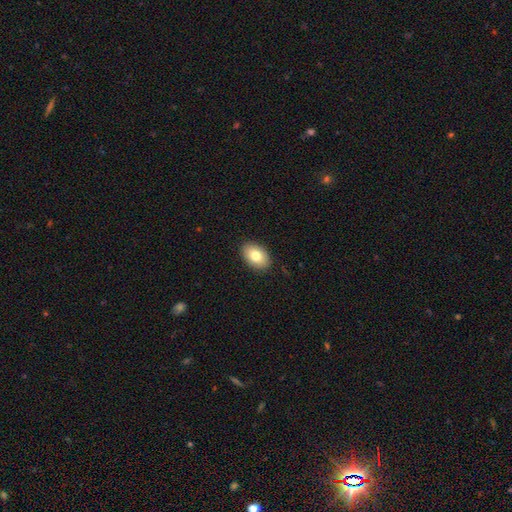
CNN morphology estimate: This appears to be a smooth galaxy with no disk features (79%) that is in between round and cigar-shaped (88%). Merging: none (89%).